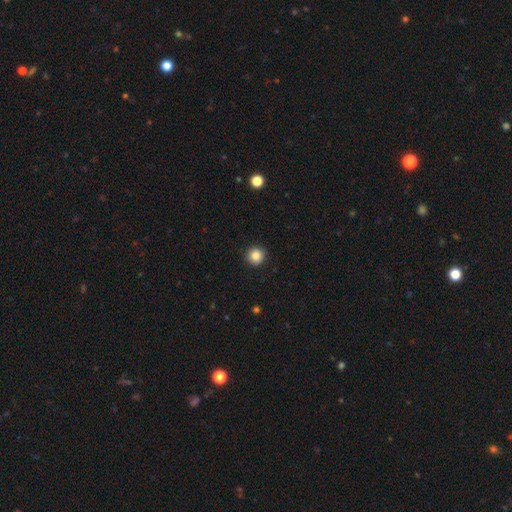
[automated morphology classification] smooth-or-featured: smooth: 85% | star or artifact: 10% | featured or disk: 5%
  how-rounded: round: 94% | in between: 5% | cigar-shaped: 1%
  merging: none: 92% | minor disturbance: 5% | major disturbance: 2% | merger: 1%